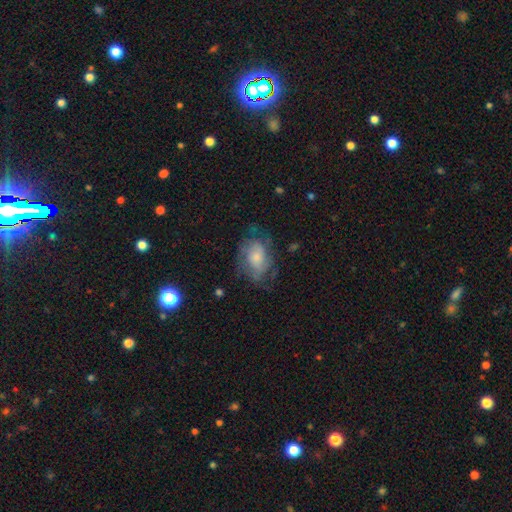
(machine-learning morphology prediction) featured or disk 50%, smooth 39%, star or artifact 11%. Down the decision tree: merging — none (61%).